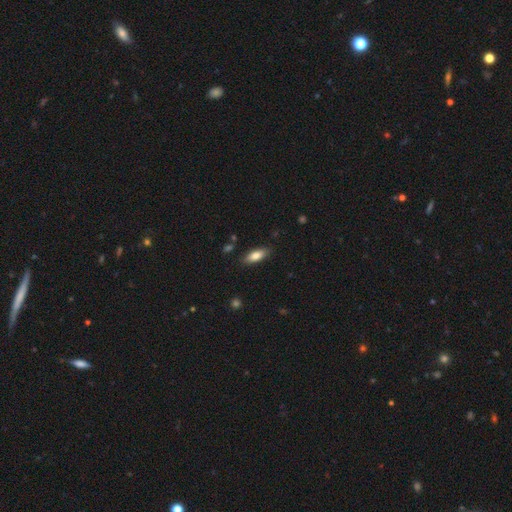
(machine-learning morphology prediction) This is likely a smooth galaxy (80%). How rounded: likely in between (75%). Merging: clearly none (84%).